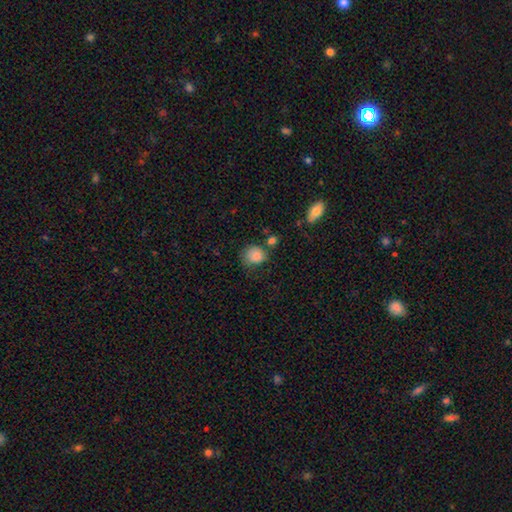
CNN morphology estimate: Overall: smooth (84%). How rounded: round (72%). Merging: none (62%; minor disturbance 23%).